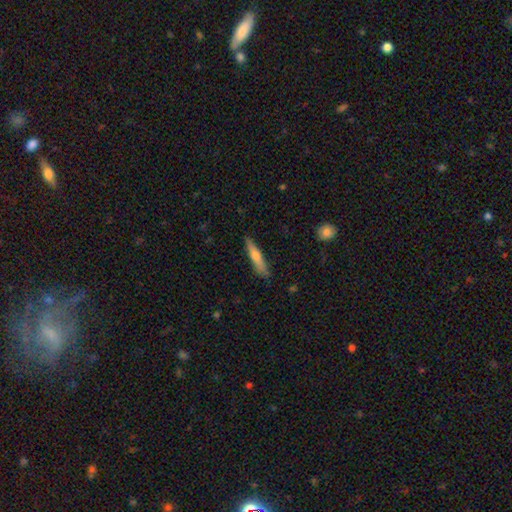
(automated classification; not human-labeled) Morphology: type=smooth (52%); roundness=cigar-shaped (90%); merging=none (87%).